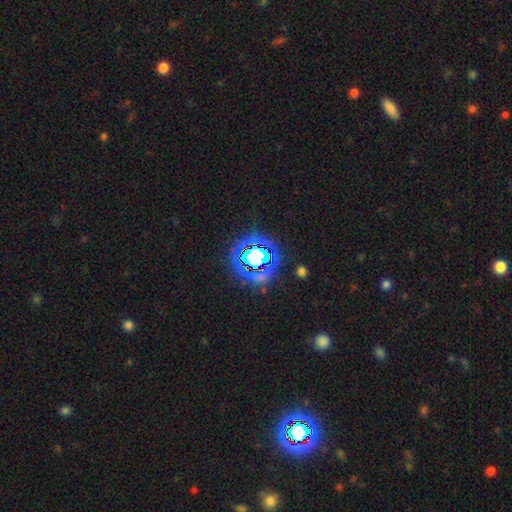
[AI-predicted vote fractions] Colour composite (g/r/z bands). It shows a star or artifact, not a galaxy (69%).